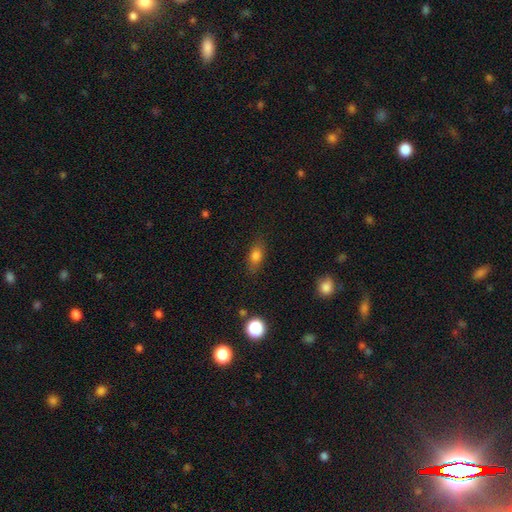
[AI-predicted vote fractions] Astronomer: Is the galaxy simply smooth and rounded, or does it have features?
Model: smooth — 76%.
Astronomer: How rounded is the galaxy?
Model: in between — 78%.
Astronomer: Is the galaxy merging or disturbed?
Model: none — 83%.